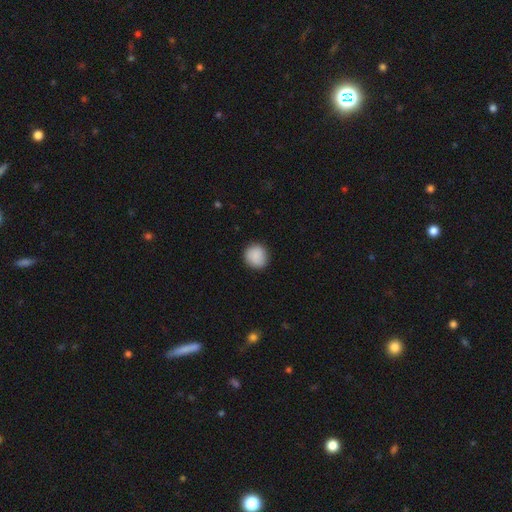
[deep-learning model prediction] The model was most divided on "merging": none: 88%, minor disturbance: 9%, major disturbance: 2%, merger: 1%. More confident: how rounded — round (91%); smooth or featured — smooth (89%).